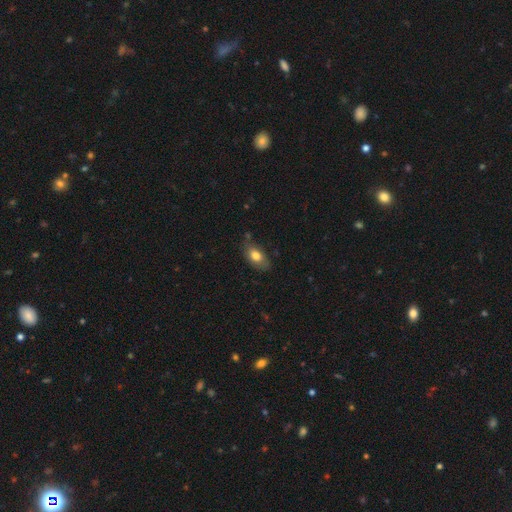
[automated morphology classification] smooth 77%, featured or disk 16%, star or artifact 7%. Down the decision tree: how rounded — in between (90%); merging — none (68%).